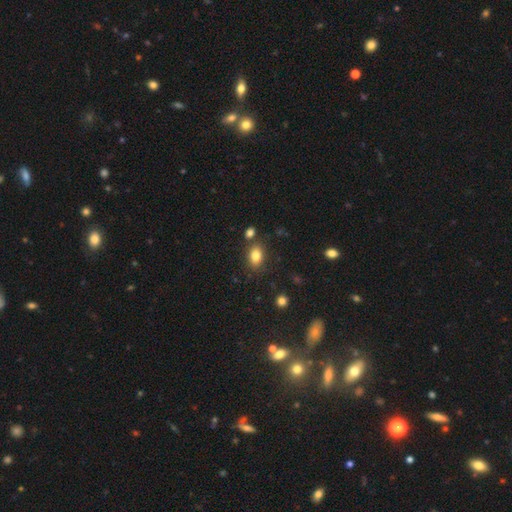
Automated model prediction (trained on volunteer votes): Smooth or featured? smooth (83%)
How rounded? in between (82%)
Merging? none (75%)